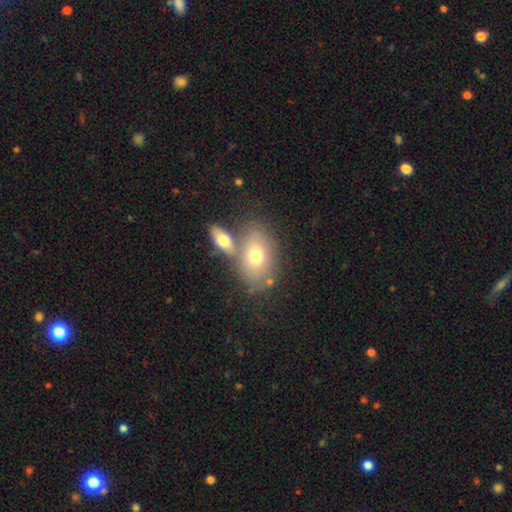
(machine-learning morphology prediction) Q: Smooth or featured?
A: smooth (68%); runner-up: featured or disk (24%)
Q: How rounded?
A: in between (83%); runner-up: round (15%)
Q: Merging?
A: none (49%); runner-up: merger (34%)